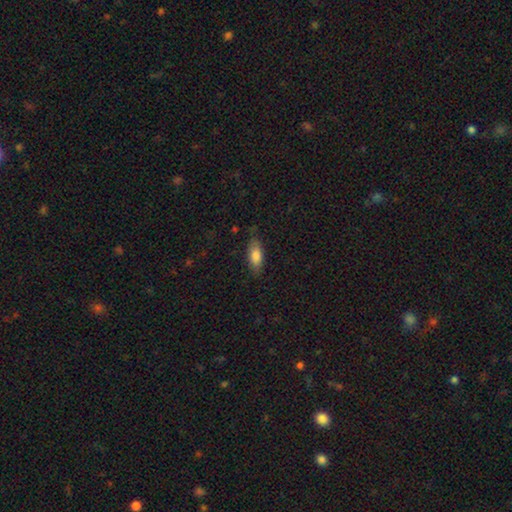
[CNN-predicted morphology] smooth_or_featured: smooth (p=0.81) [alt: featured or disk p=0.12]
how_rounded: in between (p=0.77) [alt: cigar-shaped p=0.20]
merging: none (p=0.78) [alt: minor disturbance p=0.17]